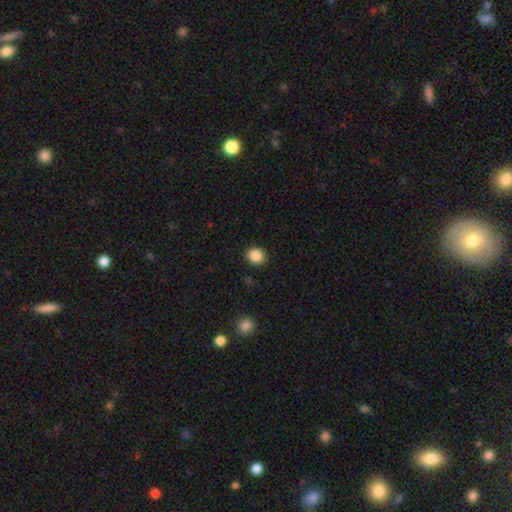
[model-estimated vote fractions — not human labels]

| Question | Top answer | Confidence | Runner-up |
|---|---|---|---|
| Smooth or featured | smooth | 87% | star or artifact (10%) |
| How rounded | round | 74% | in between (25%) |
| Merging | none | 90% | minor disturbance (7%) |